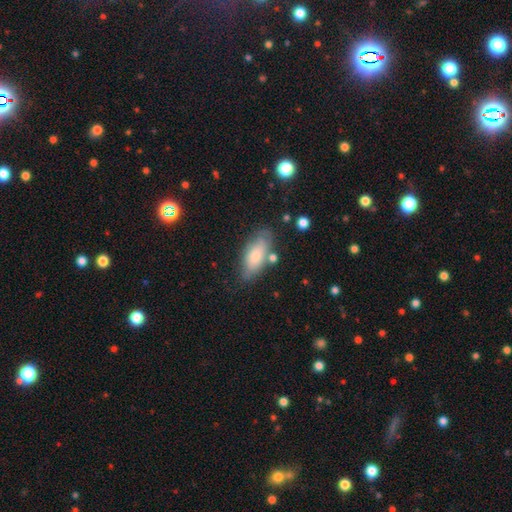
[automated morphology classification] Smooth or featured? Predicted: smooth (p=0.69). How rounded? Predicted: in between (p=0.83). Merging? Predicted: none (p=0.67).